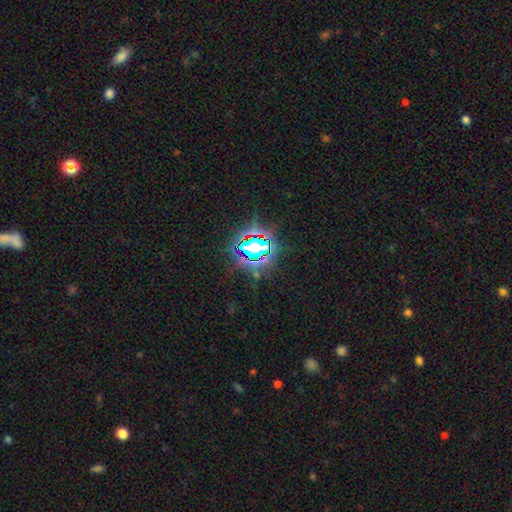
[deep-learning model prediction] Morphology: type=star or artifact (79%).